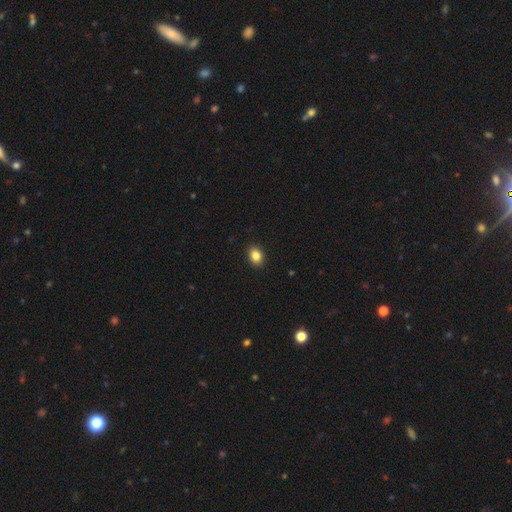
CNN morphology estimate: Q: Smooth or featured?
A: smooth (85%); runner-up: star or artifact (10%)
Q: How rounded?
A: in between (64%); runner-up: round (35%)
Q: Merging?
A: none (91%); runner-up: minor disturbance (6%)